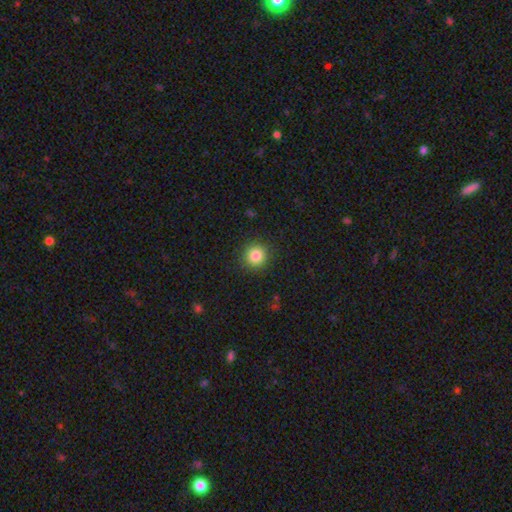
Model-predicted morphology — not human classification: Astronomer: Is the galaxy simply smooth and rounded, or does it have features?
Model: smooth — 84%.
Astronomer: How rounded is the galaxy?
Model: round — 93%.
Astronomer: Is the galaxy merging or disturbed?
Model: none — 90%.